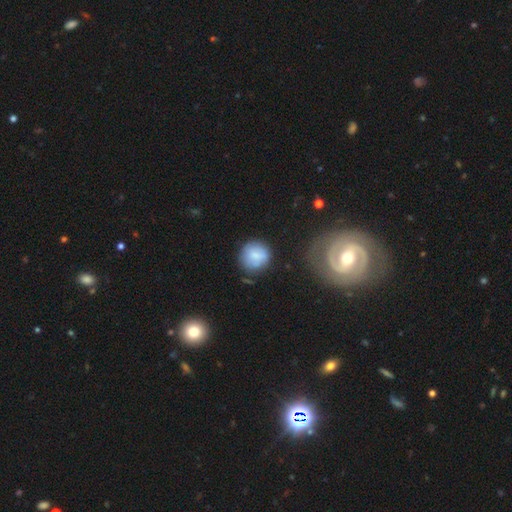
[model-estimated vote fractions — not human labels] Smooth or featured? smooth (80%)
How rounded? round (88%)
Merging? none (74%)